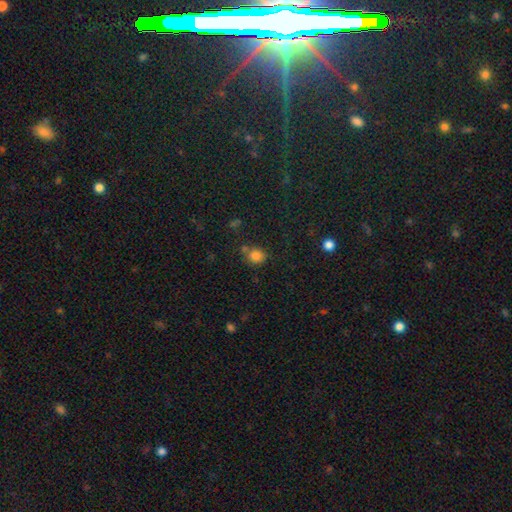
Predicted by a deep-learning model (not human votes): A smooth galaxy with no disk features (82%) that is round (77%). Merging: none (65%).